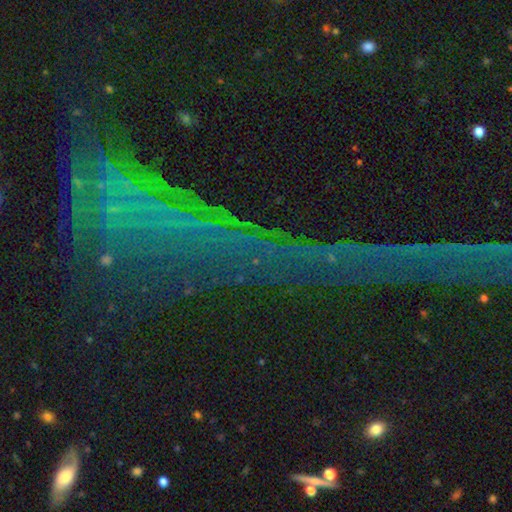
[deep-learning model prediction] A star or artifact, not a galaxy (78%).

Vote fractions:
- Smooth or featured? star or artifact: 78% / featured or disk: 13% / smooth: 10%